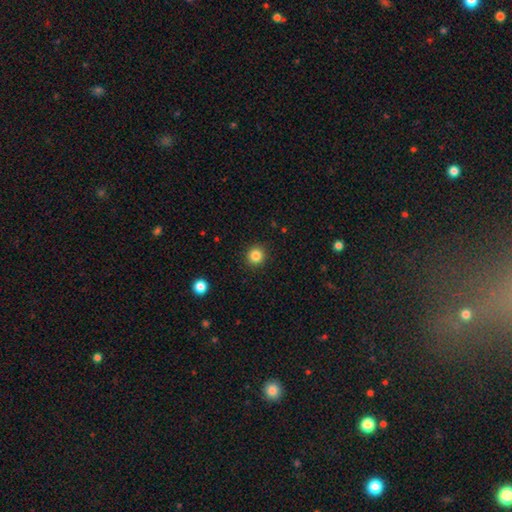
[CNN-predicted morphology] Smooth or featured: smooth — 84% (star or artifact — 12%)
How rounded: round — 94% (in between — 5%)
Merging: none — 92% (minor disturbance — 5%)